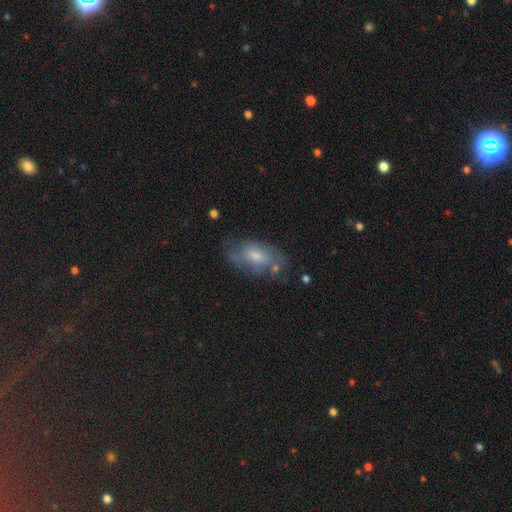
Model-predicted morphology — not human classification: A featured or disk galaxy (50%). Merging: none (61%).